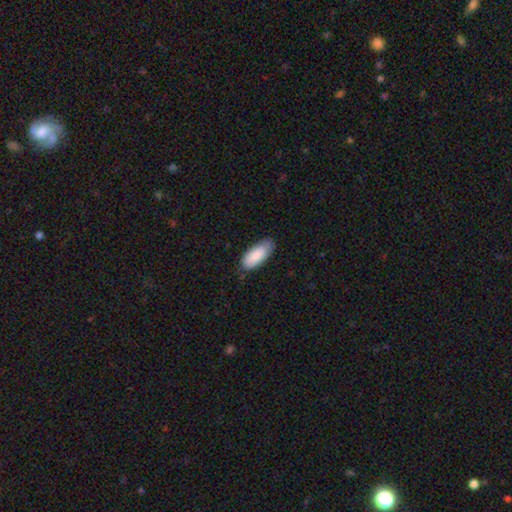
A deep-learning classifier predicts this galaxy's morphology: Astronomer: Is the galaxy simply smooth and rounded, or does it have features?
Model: smooth — 87%.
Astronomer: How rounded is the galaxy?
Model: in between — 86%.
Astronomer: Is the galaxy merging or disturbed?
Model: none — 75%.